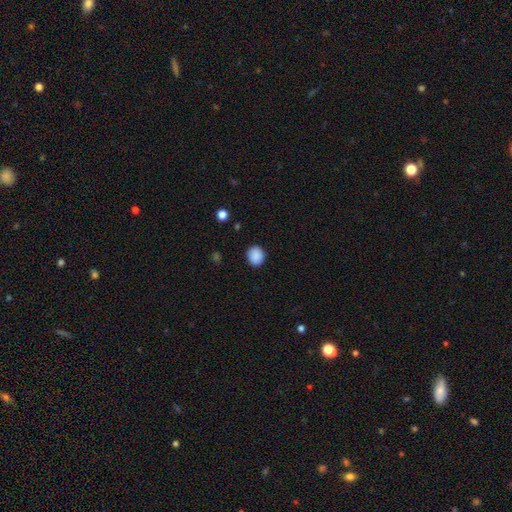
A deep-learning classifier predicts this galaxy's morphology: This appears to be a smooth galaxy with no disk features (89%) that is round (67%). Merging: none (89%).